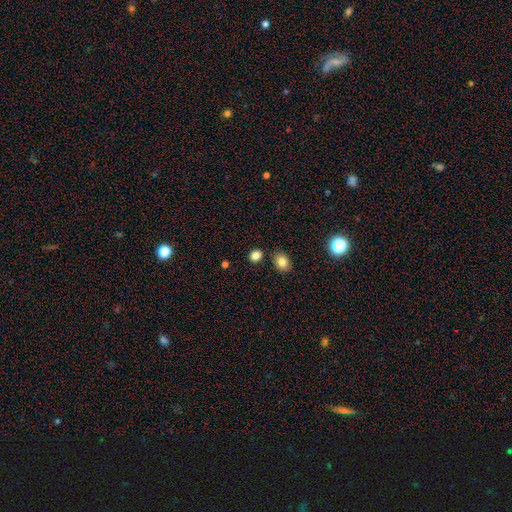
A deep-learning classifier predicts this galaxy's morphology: A smooth galaxy with no disk features (83%) that is round (53%). Merging: none (79%).